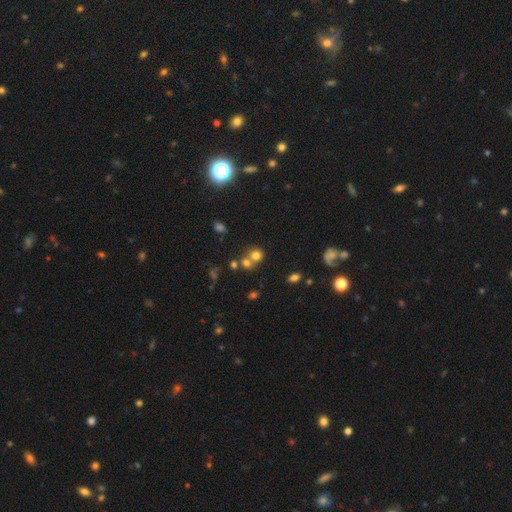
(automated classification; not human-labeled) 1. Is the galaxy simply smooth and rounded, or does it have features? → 70% smooth, 18% star or artifact, 12% featured or disk.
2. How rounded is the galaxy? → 83% round, 16% in between, 1% cigar-shaped.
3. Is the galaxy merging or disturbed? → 46% none, 43% merger, 8% minor disturbance, 4% major disturbance.